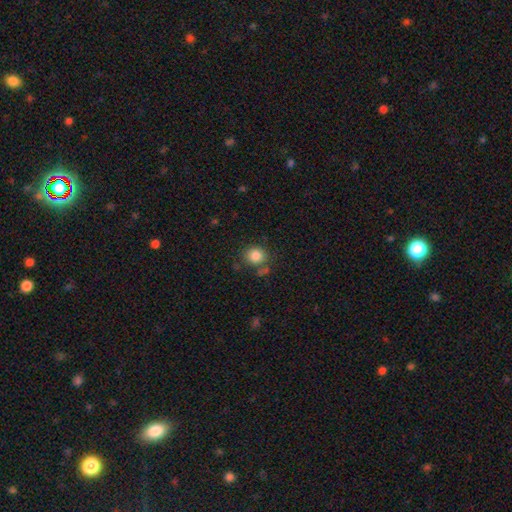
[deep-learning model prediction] A smooth galaxy with no disk features (84%) that is round (80%).

Vote fractions:
- Smooth or featured? smooth: 84% / star or artifact: 10% / featured or disk: 6%
- How rounded? round: 80% / in between: 19% / cigar-shaped: 1%
- Merging? none: 76% / minor disturbance: 12% / merger: 8% / major disturbance: 4%